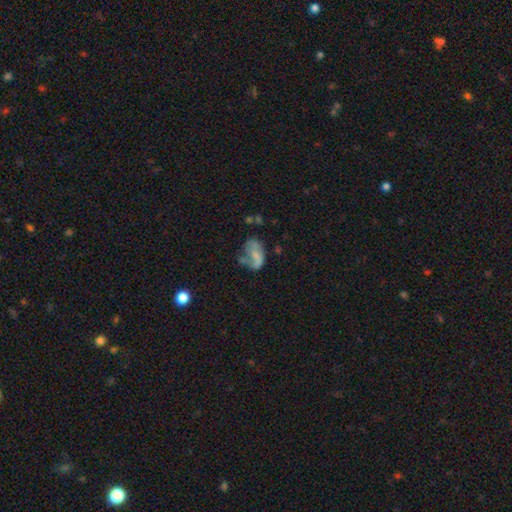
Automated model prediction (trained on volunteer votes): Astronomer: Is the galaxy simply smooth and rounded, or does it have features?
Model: smooth — 48% (runner-up: featured or disk, 42%).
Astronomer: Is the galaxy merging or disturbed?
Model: major disturbance — 34% (runner-up: none, 29%).